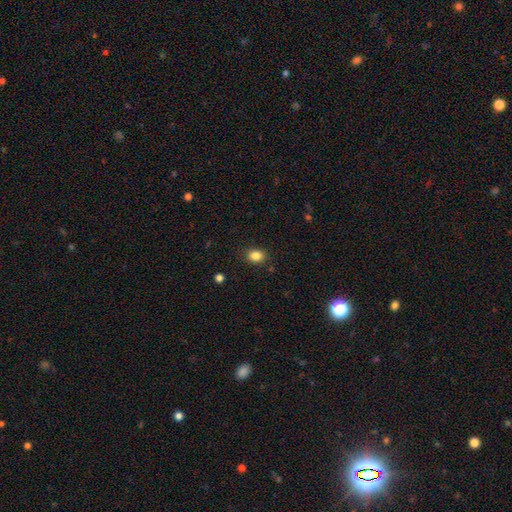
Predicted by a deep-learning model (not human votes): smooth_or_featured: smooth (p=0.85) [alt: star or artifact p=0.10]
how_rounded: in between (p=0.55) [alt: round p=0.44]
merging: none (p=0.85) [alt: minor disturbance p=0.11]